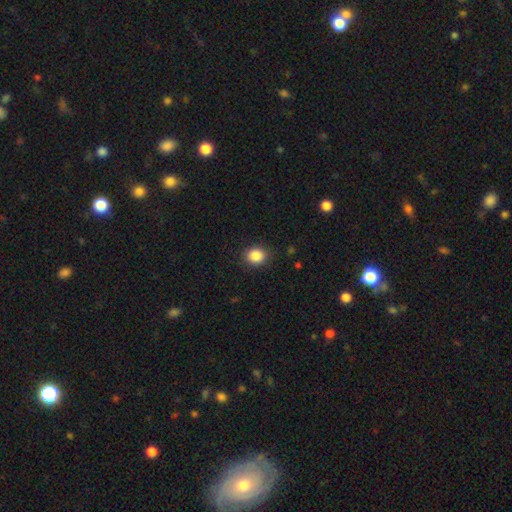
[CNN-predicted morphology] The model was most divided on "how rounded": round: 70%, in between: 30%, cigar-shaped: 1%. More confident: merging — none (89%); smooth or featured — smooth (87%).